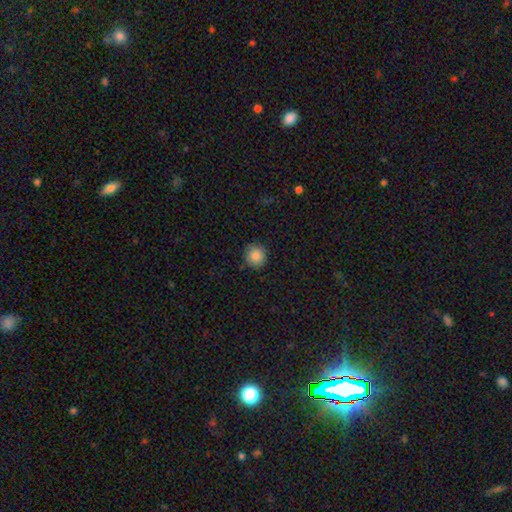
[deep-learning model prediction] Q: Smooth or featured?
A: smooth (87%); runner-up: star or artifact (9%)
Q: How rounded?
A: round (93%); runner-up: in between (6%)
Q: Merging?
A: none (89%); runner-up: minor disturbance (8%)